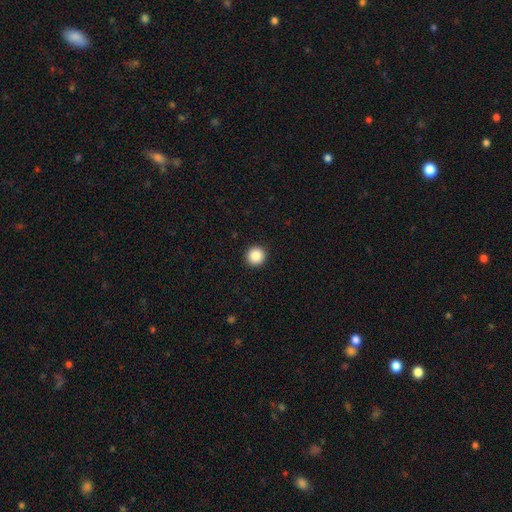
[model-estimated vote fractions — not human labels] smooth-or-featured: smooth: 88% | star or artifact: 10% | featured or disk: 3%
  how-rounded: round: 96% | in between: 3% | cigar-shaped: 1%
  merging: none: 93% | minor disturbance: 4% | major disturbance: 2% | merger: 1%